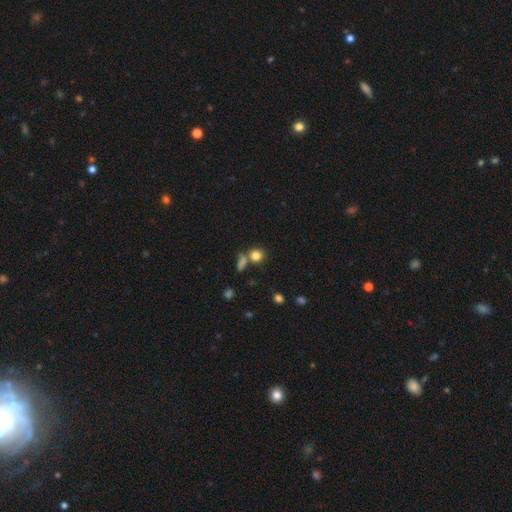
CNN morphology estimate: Smooth or featured? smooth (81%)
How rounded? round (82%)
Merging? none (62%)